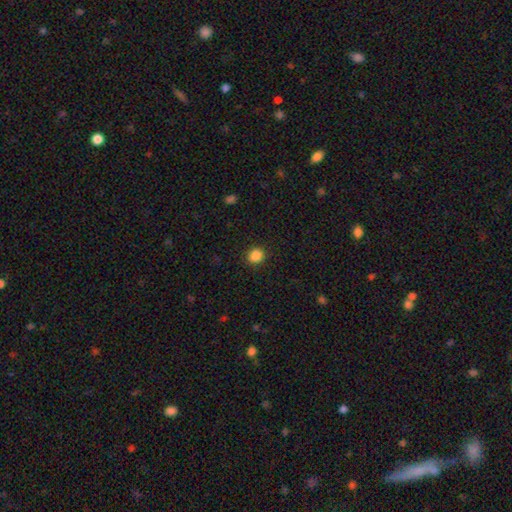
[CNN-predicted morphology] Smooth or featured?
  - smooth: 86% *
  - star or artifact: 11%
  - featured or disk: 3%
How rounded?
  - round: 80% *
  - in between: 19%
  - cigar-shaped: 1%
Merging?
  - none: 90% *
  - minor disturbance: 7%
  - major disturbance: 2%
  - merger: 1%